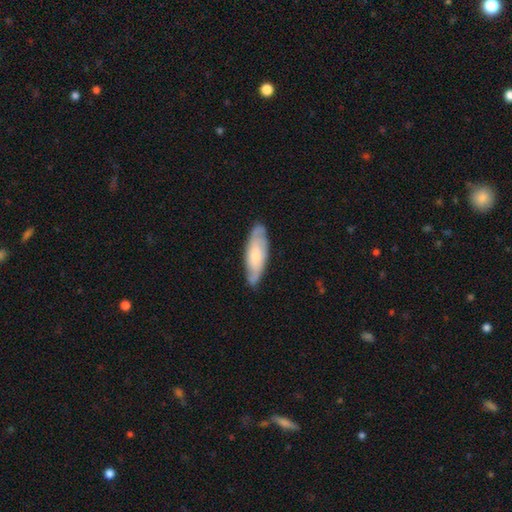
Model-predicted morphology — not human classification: Smooth or featured? featured or disk (51%)
Edge-on disk? no (73%)
Merging? none (81%)